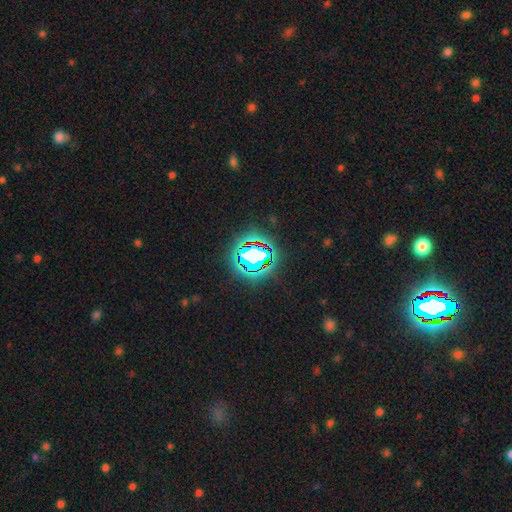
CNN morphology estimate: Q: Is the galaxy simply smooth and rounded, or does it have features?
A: star or artifact — 70%.